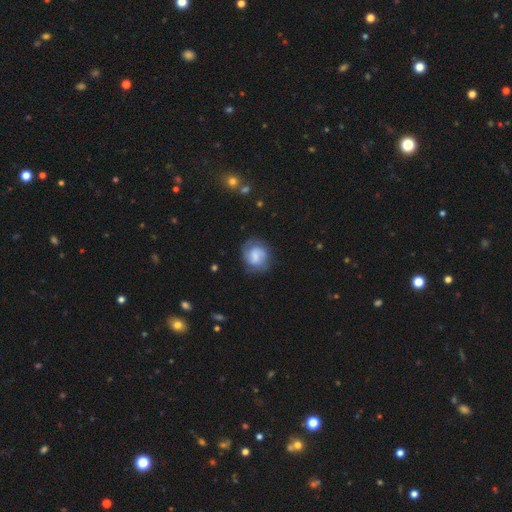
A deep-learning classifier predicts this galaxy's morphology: A smooth galaxy with no disk features (51%) that is round (67%). Merging: none (65%).